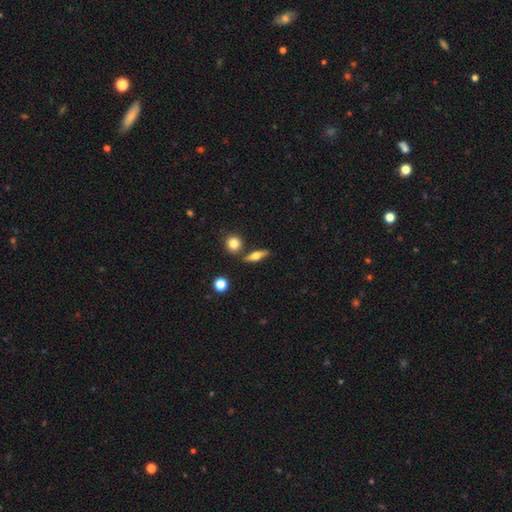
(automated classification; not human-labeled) A featured or disk galaxy (47%). Merging: none (80%).